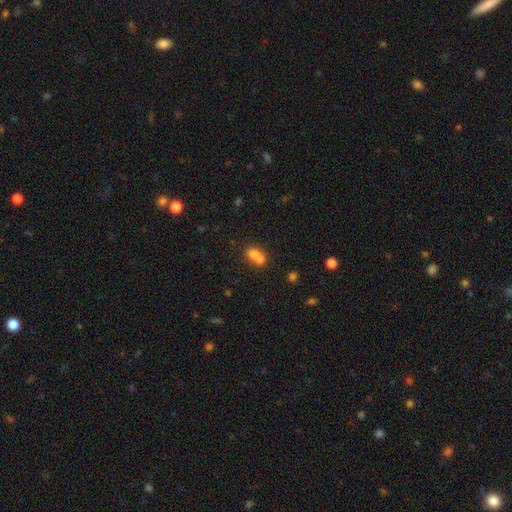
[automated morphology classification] type=smooth (71%); roundness=round (56%); merging=merger (67%).